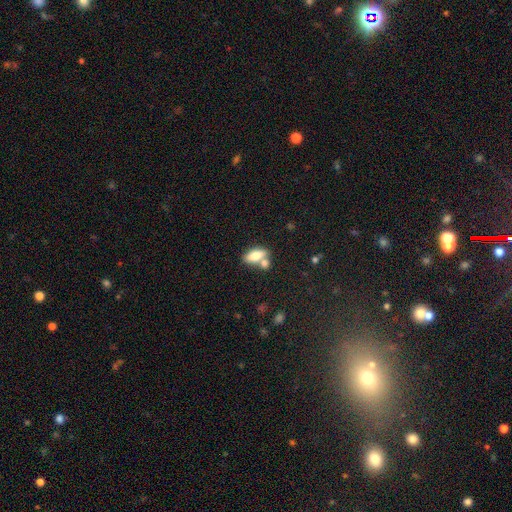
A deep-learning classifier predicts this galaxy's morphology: The model was most divided on "merging": none: 51%, merger: 33%, minor disturbance: 12%, major disturbance: 4%. More confident: how rounded — in between (80%); smooth or featured — smooth (74%).